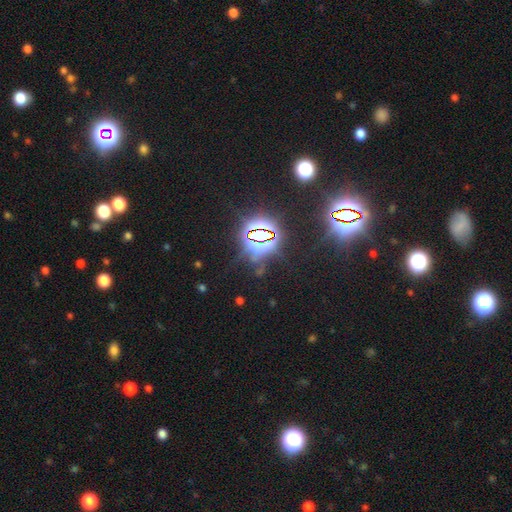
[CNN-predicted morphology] type=star or artifact (82%).